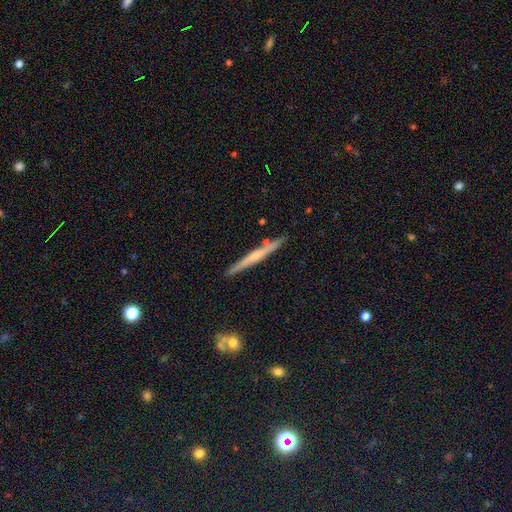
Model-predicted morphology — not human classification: Smooth or featured? featured or disk (59%)
Edge-on disk? yes (97%)
Edge-on bulge? none (49%)
Merging? none (86%)